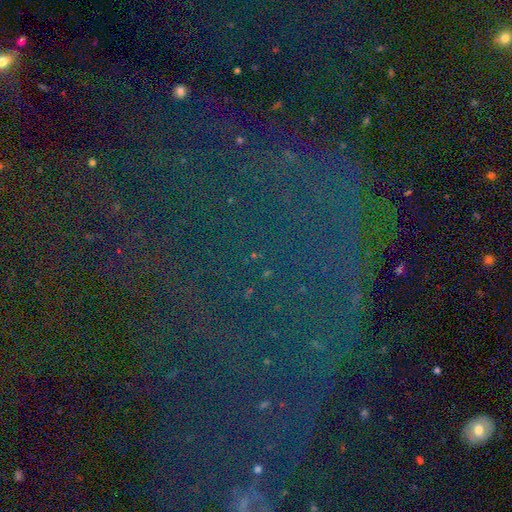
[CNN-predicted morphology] type=star or artifact (83%).